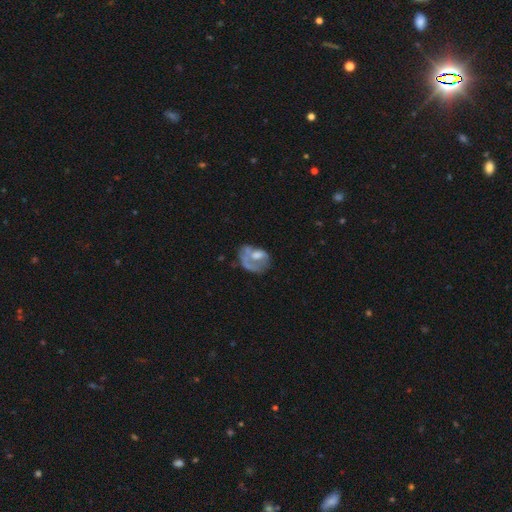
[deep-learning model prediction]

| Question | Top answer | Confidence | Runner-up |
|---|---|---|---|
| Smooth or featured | featured or disk | 52% | smooth (39%) |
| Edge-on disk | no | 97% | yes (3%) |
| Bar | no | 80% | weak (16%) |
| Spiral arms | no | 69% | yes (31%) |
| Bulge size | moderate | 40% | none (26%) |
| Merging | major disturbance | 39% | none (31%) |